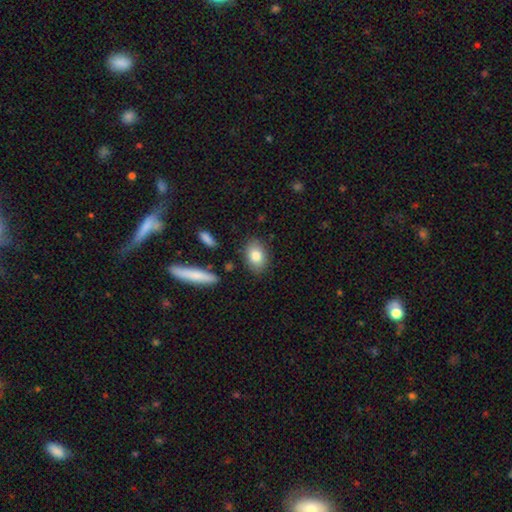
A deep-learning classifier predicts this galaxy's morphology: A smooth galaxy with no disk features (83%) that is in between round and cigar-shaped (82%). Merging: none (83%).